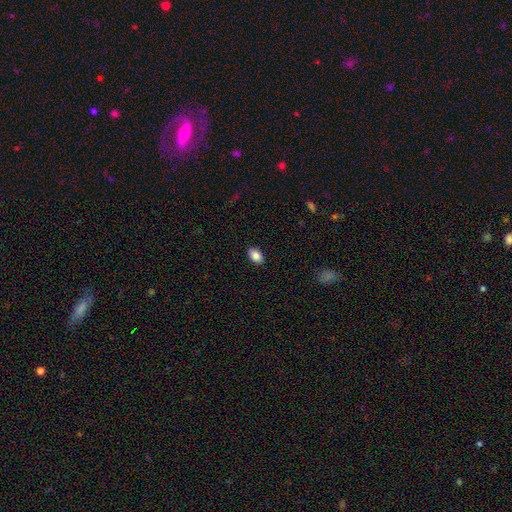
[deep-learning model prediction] Smooth or featured: smooth — 87% (star or artifact — 8%)
How rounded: in between — 89% (round — 10%)
Merging: none — 90% (minor disturbance — 8%)